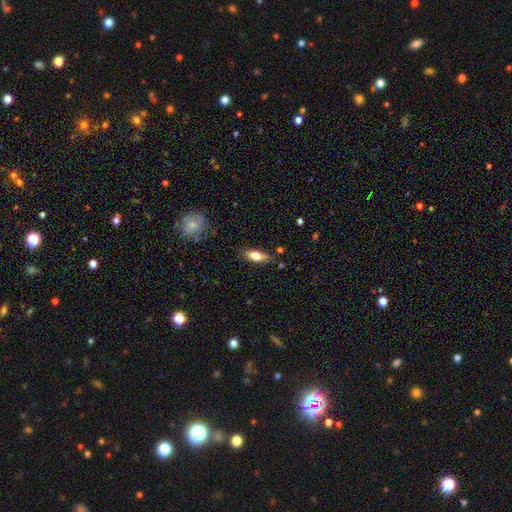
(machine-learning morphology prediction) Overall: smooth (66%; featured or disk 28%). How rounded: in between (68%). Merging: none (78%).